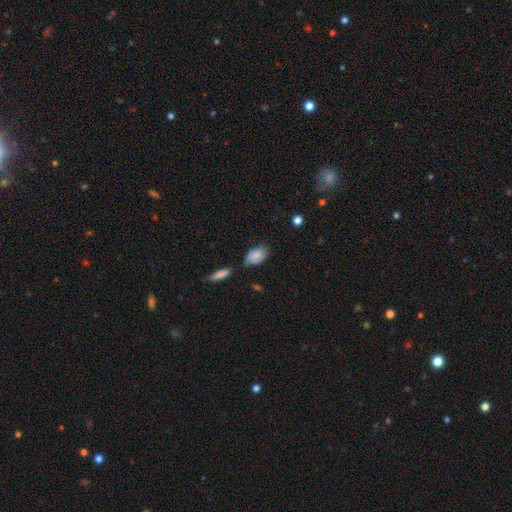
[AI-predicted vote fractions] smooth_or_featured: smooth (p=0.76) [alt: featured or disk p=0.17]
how_rounded: in between (p=0.87) [alt: round p=0.10]
merging: none (p=0.54) [alt: minor disturbance p=0.27]